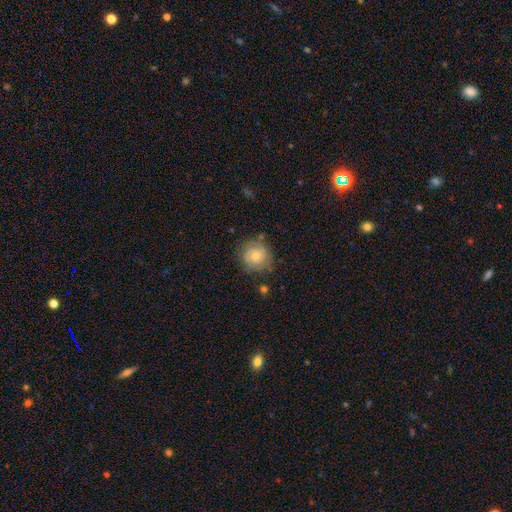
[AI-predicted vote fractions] smooth_or_featured: featured or disk (p=0.59) [alt: smooth p=0.31]
disk_edge_on: no (p=0.97) [alt: yes p=0.03]
bar: no (p=0.65) [alt: weak p=0.29]
has_spiral_arms: yes (p=0.84) [alt: no p=0.16]
bulge_size: moderate (p=0.49) [alt: small p=0.46]
merging: none (p=0.78) [alt: minor disturbance p=0.15]